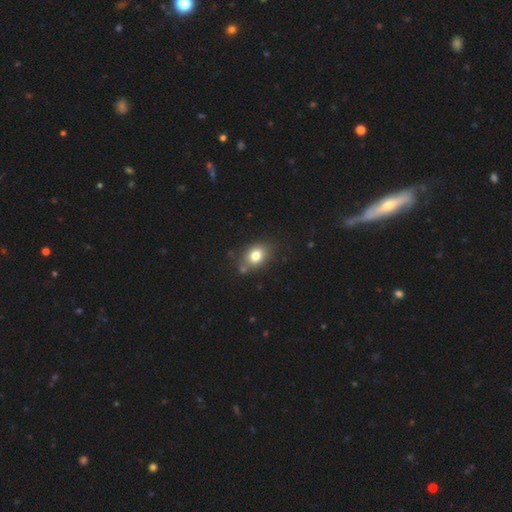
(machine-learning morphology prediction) Smooth or featured? smooth (78%)
How rounded? in between (66%)
Merging? none (73%)